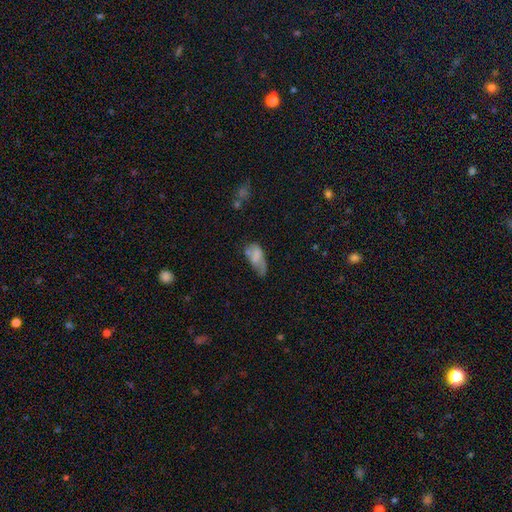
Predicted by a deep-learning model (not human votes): Smooth or featured?
  - smooth: 63% *
  - featured or disk: 27%
  - star or artifact: 10%
How rounded?
  - in between: 89% *
  - cigar-shaped: 7%
  - round: 4%
Merging?
  - minor disturbance: 33% *
  - major disturbance: 28%
  - none: 27%
  - merger: 11%